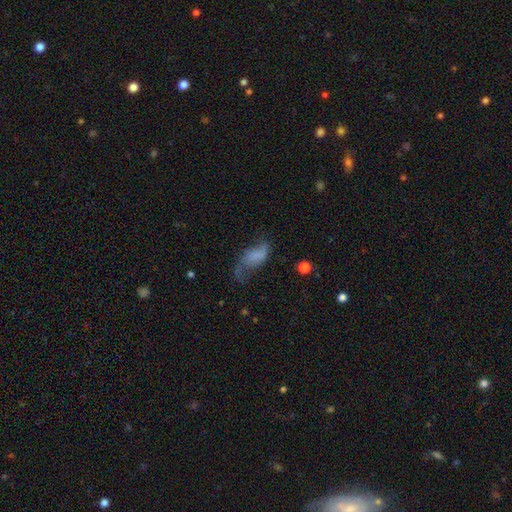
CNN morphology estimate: Q: Smooth or featured?
A: featured or disk (45%); runner-up: smooth (43%)
Q: Merging?
A: major disturbance (36%); runner-up: none (35%)